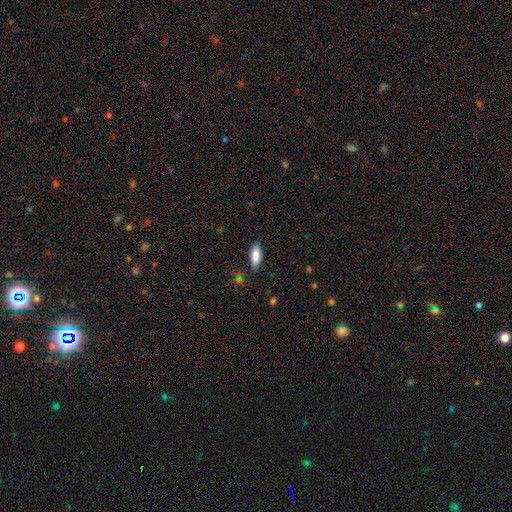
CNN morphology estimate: Q: Smooth or featured?
A: smooth (85%); runner-up: featured or disk (9%)
Q: How rounded?
A: in between (73%); runner-up: cigar-shaped (25%)
Q: Merging?
A: none (85%); runner-up: minor disturbance (11%)